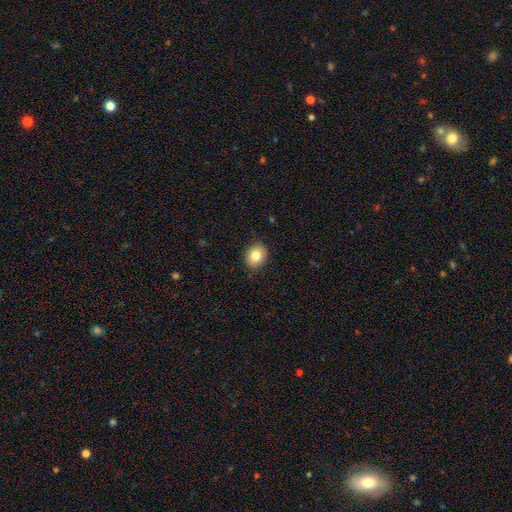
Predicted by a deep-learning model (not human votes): smooth-or-featured: smooth: 82% | star or artifact: 9% | featured or disk: 9%
  how-rounded: round: 55% | in between: 44% | cigar-shaped: 1%
  merging: none: 87% | minor disturbance: 10% | major disturbance: 2% | merger: 1%